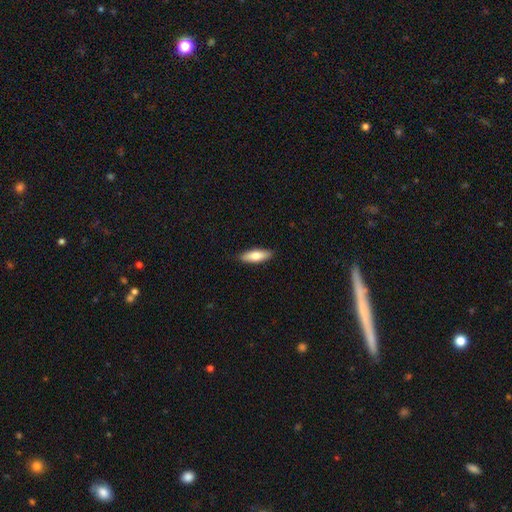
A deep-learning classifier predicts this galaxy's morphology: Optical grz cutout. It shows a smooth galaxy with no disk features (74%) that is in between round and cigar-shaped (59%). Merging: none (89%).